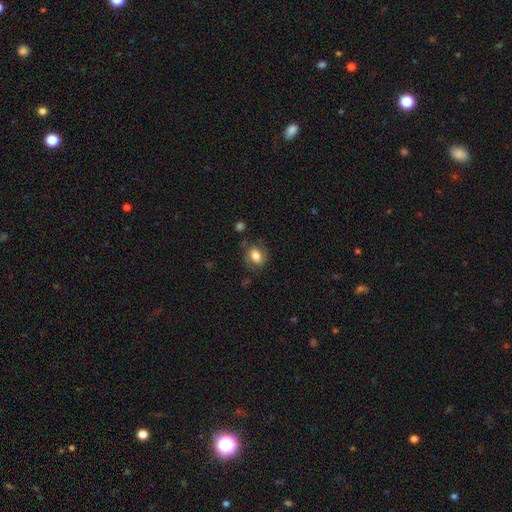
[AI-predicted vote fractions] Smooth or featured? Predicted: smooth (p=0.75). How rounded? Predicted: in between (p=0.60). Merging? Predicted: none (p=0.69).